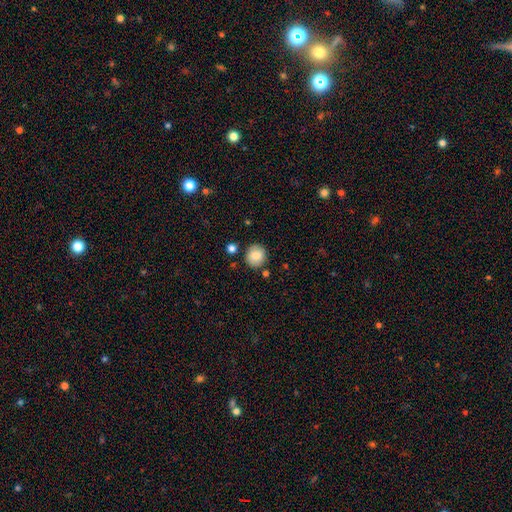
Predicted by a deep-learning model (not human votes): Smooth or featured: smooth — 84% (star or artifact — 8%)
How rounded: round — 89% (in between — 11%)
Merging: none — 85% (minor disturbance — 9%)